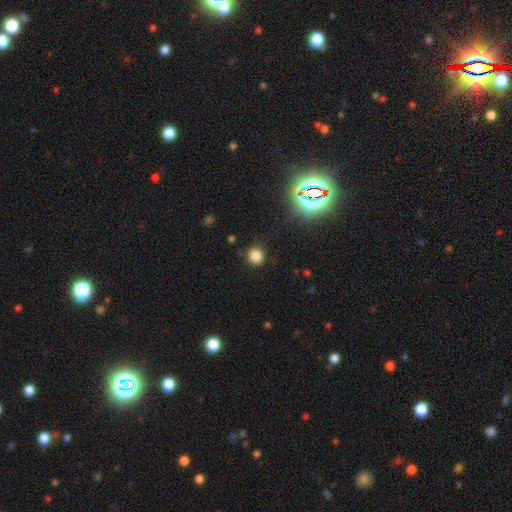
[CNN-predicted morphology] Overall: smooth (79%). How rounded: round (85%). Merging: none (87%).